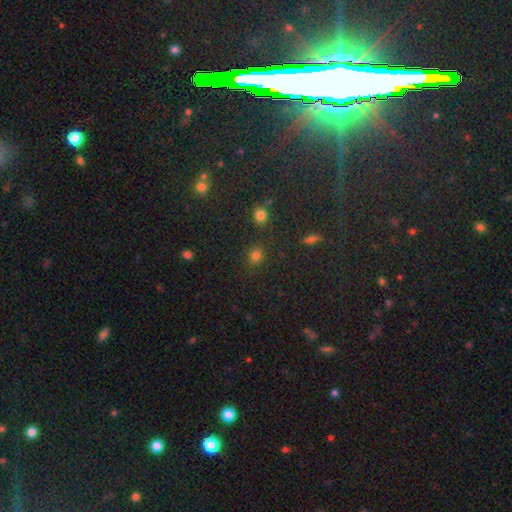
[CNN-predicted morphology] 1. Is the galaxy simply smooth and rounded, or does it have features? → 74% smooth, 20% star or artifact, 6% featured or disk.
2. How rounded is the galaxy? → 74% round, 25% in between, 1% cigar-shaped.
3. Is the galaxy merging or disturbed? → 81% none, 10% minor disturbance, 5% merger, 4% major disturbance.